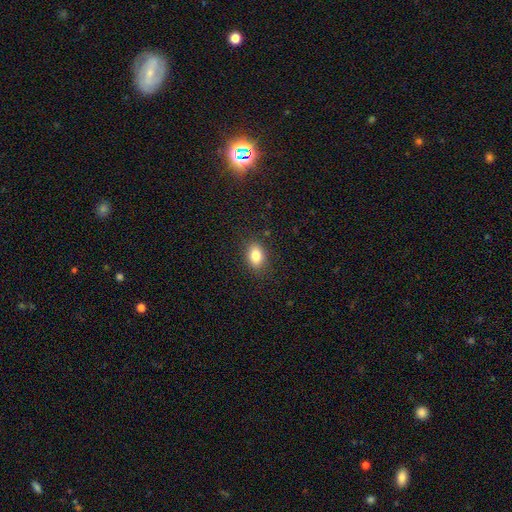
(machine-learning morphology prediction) Smooth or featured: smooth — 83% (star or artifact — 9%)
How rounded: in between — 81% (round — 17%)
Merging: none — 86% (minor disturbance — 10%)